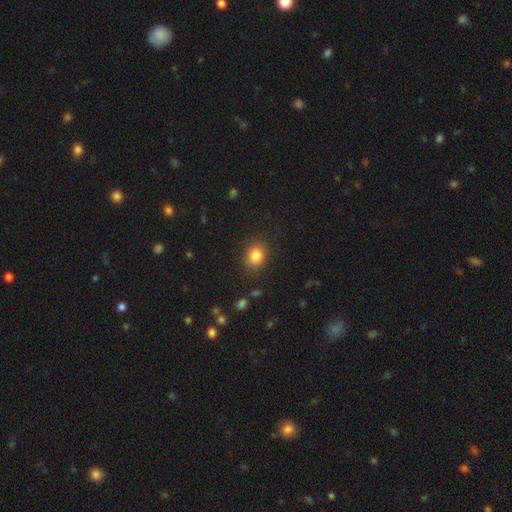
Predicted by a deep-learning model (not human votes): smooth-or-featured: smooth: 84% | star or artifact: 10% | featured or disk: 6%
  how-rounded: round: 62% | in between: 38% | cigar-shaped: 1%
  merging: none: 84% | minor disturbance: 11% | major disturbance: 3% | merger: 1%